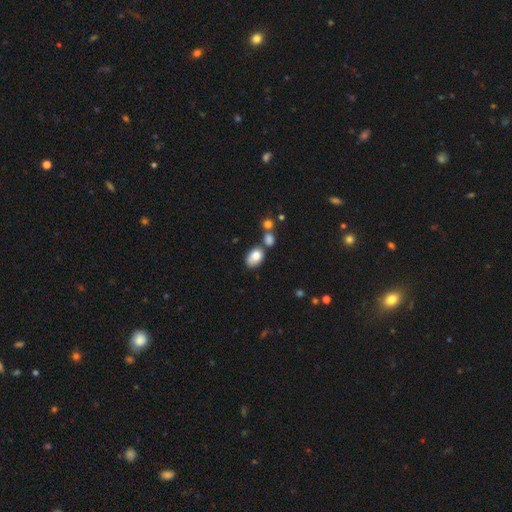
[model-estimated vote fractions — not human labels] Q: Smooth or featured?
A: smooth (81%); runner-up: featured or disk (10%)
Q: How rounded?
A: in between (86%); runner-up: round (13%)
Q: Merging?
A: none (48%); runner-up: merger (26%)